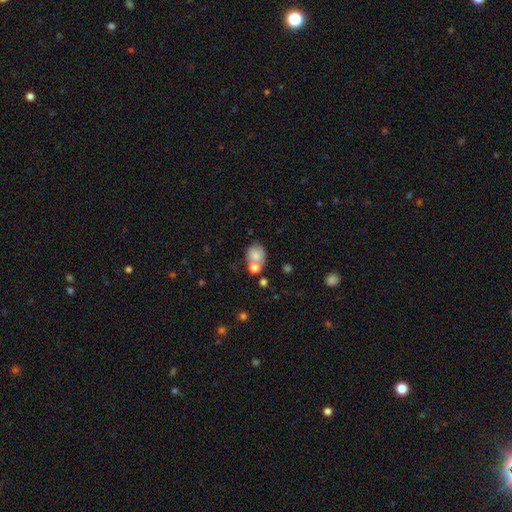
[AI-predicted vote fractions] smooth 74%, featured or disk 17%, star or artifact 10%. Down the decision tree: how rounded — round (51%); merging — none (42%).